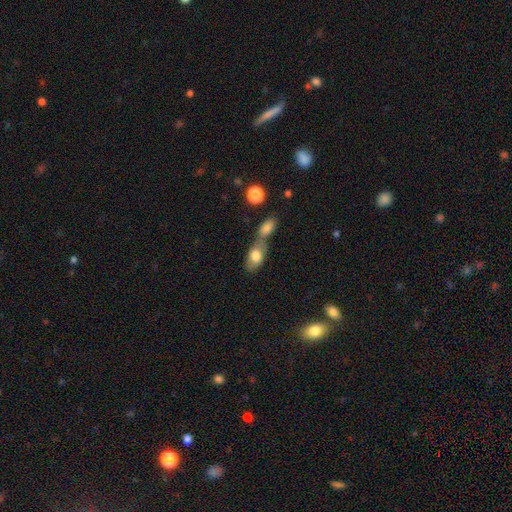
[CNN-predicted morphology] smooth-or-featured: smooth: 74% | featured or disk: 19% | star or artifact: 7%
  how-rounded: in between: 88% | round: 8% | cigar-shaped: 4%
  merging: merger: 51% | none: 32% | minor disturbance: 11% | major disturbance: 5%